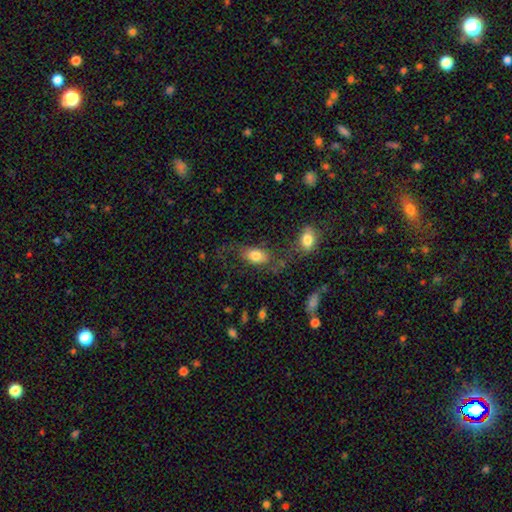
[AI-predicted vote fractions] smooth 77%, featured or disk 15%, star or artifact 8%. Down the decision tree: how rounded — in between (87%); merging — none (54%).